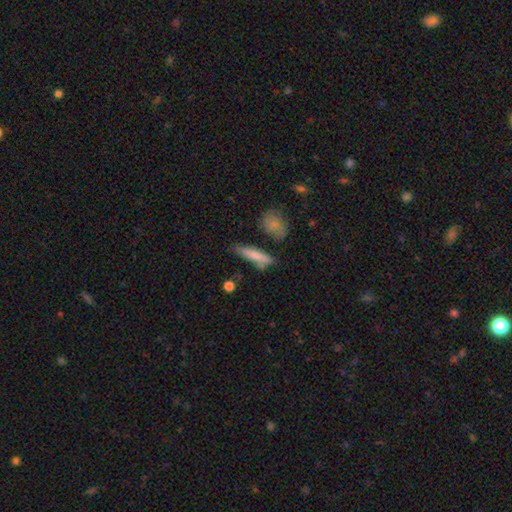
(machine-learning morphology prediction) Smooth or featured?
  - smooth: 76% *
  - featured or disk: 17%
  - star or artifact: 7%
How rounded?
  - cigar-shaped: 77% *
  - in between: 21%
  - round: 3%
Merging?
  - none: 67% *
  - minor disturbance: 20%
  - merger: 8%
  - major disturbance: 6%